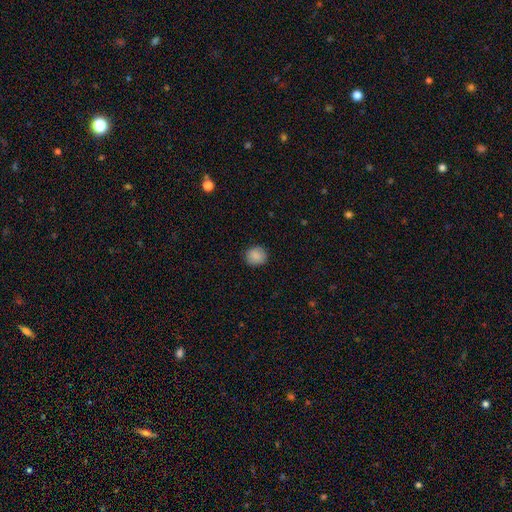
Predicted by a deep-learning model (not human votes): smooth_or_featured: smooth (p=0.87) [alt: star or artifact p=0.08]
how_rounded: round (p=0.81) [alt: in between p=0.18]
merging: none (p=0.87) [alt: minor disturbance p=0.10]